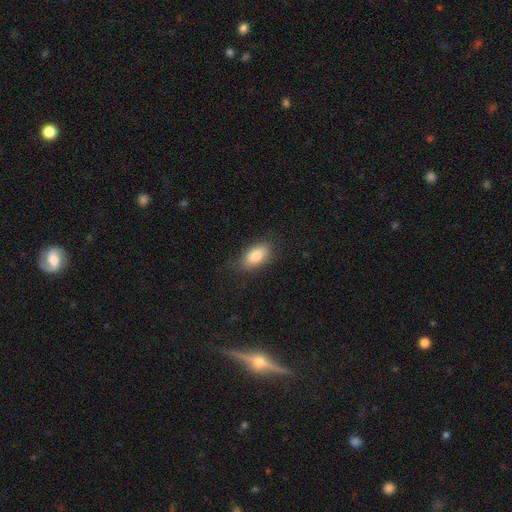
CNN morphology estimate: Smooth or featured? smooth (83%)
How rounded? in between (90%)
Merging? none (80%)